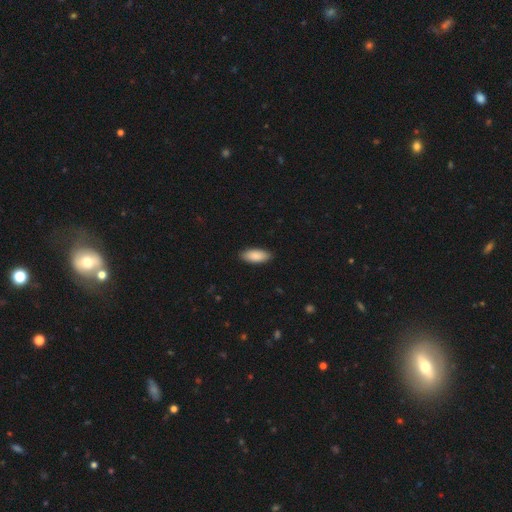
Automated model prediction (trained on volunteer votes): Smooth or featured? Predicted: smooth (p=0.89). How rounded? Predicted: in between (p=0.85). Merging? Predicted: none (p=0.89).